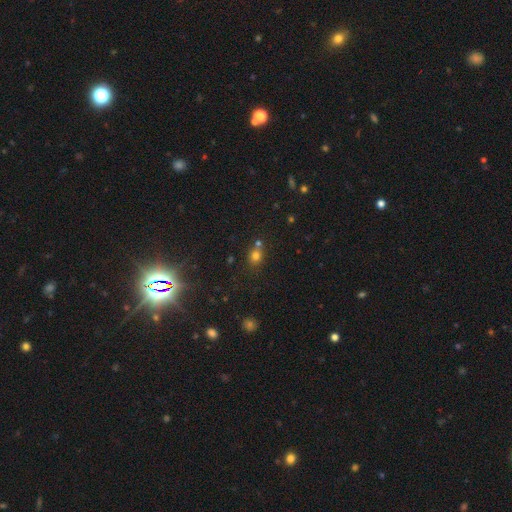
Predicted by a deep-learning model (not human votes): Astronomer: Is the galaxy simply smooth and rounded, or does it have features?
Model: smooth — 73%.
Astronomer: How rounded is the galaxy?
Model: round — 68%.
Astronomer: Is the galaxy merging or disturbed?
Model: none — 62%.